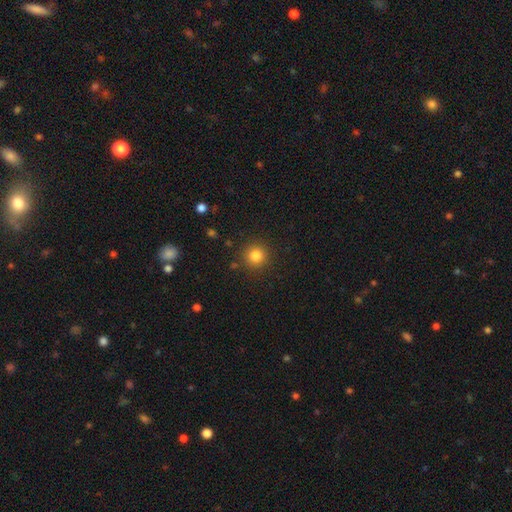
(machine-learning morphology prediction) Q: Smooth or featured?
A: smooth (83%); runner-up: star or artifact (12%)
Q: How rounded?
A: round (94%); runner-up: in between (5%)
Q: Merging?
A: none (89%); runner-up: minor disturbance (7%)